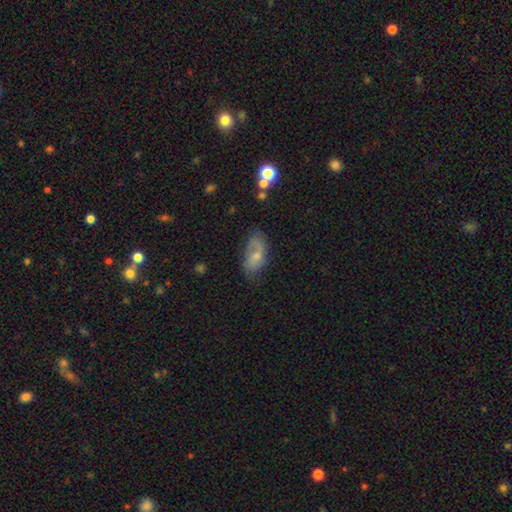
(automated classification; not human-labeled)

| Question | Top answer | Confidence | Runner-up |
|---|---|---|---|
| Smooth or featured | smooth | 51% | featured or disk (40%) |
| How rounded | in between | 90% | round (5%) |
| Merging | none | 54% | minor disturbance (28%) |